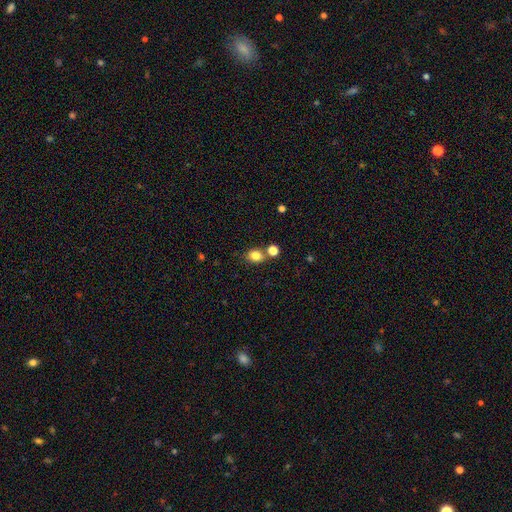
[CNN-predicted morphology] smooth 82%, star or artifact 12%, featured or disk 7%. Down the decision tree: how rounded — round (50%); merging — none (65%).